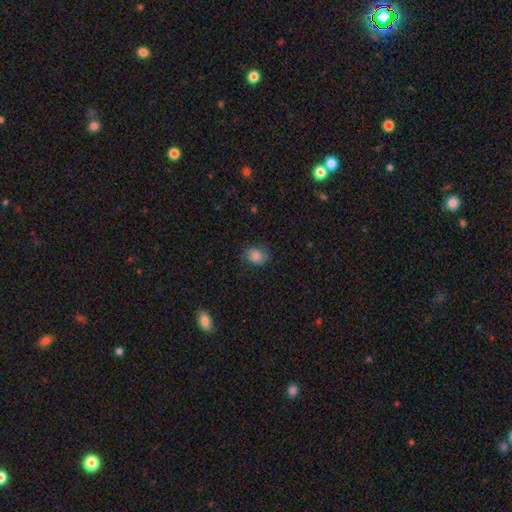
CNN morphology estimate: Overall: smooth (79%). How rounded: round (50%; in between 49%). Merging: none (72%).